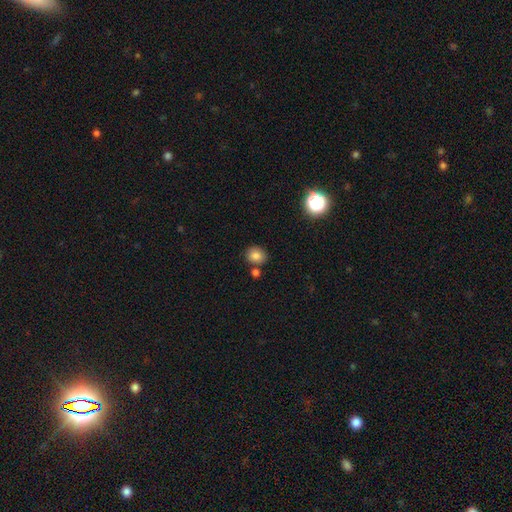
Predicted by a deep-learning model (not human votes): Morphology: type=smooth (80%); roundness=round (77%); merging=none (76%).